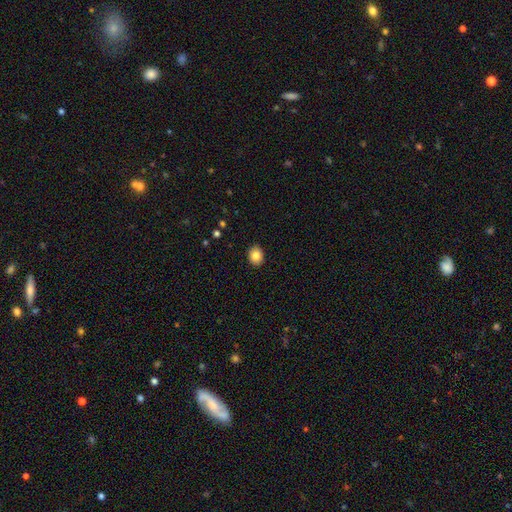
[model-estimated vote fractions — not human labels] Smooth or featured?
  - smooth: 84% *
  - star or artifact: 9%
  - featured or disk: 7%
How rounded?
  - round: 53% *
  - in between: 47%
  - cigar-shaped: 1%
Merging?
  - none: 91% *
  - minor disturbance: 7%
  - major disturbance: 2%
  - merger: 1%